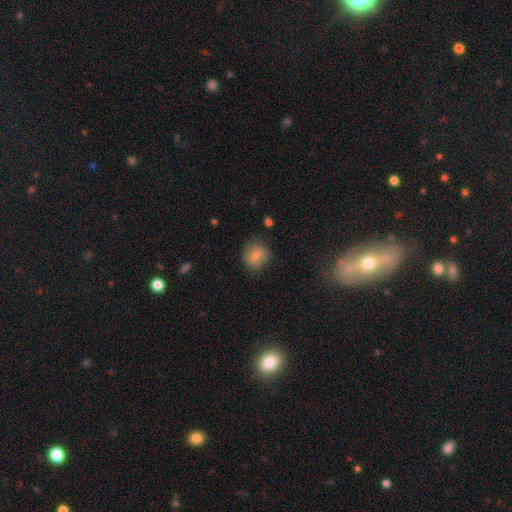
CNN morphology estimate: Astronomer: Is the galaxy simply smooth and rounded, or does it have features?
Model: smooth — 81%.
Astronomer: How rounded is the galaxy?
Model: round — 77%.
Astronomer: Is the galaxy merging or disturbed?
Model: none — 79%.